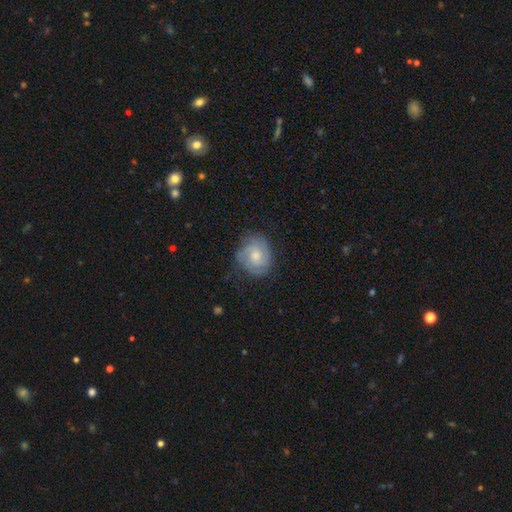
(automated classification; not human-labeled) Overall: featured or disk (53%; smooth 40%). Edge-on disk: no (97%). Bar: no (73%). Spiral arms: yes (85%). Bulge size: moderate (50%; small 36%). Merging: none (72%).